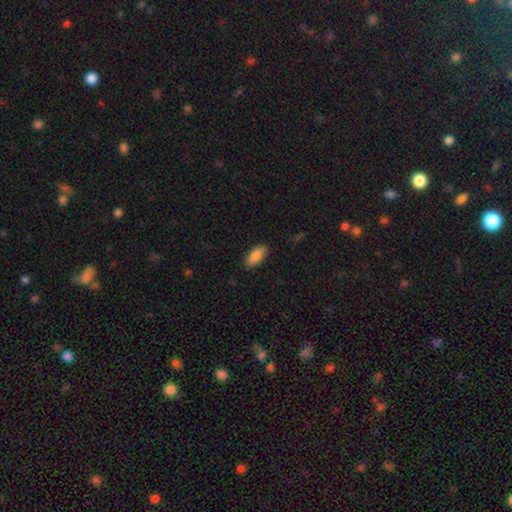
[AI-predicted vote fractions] smooth_or_featured: smooth (p=0.87) [alt: featured or disk p=0.07]
how_rounded: in between (p=0.85) [alt: cigar-shaped p=0.13]
merging: none (p=0.87) [alt: minor disturbance p=0.10]